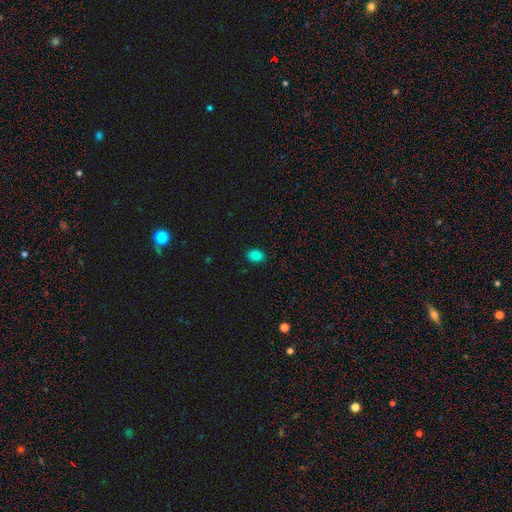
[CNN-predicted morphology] Smooth or featured? Predicted: smooth (p=0.84). How rounded? Predicted: in between (p=0.76). Merging? Predicted: none (p=0.88).